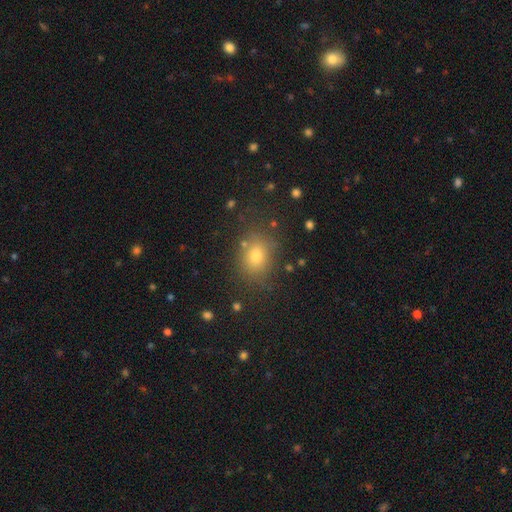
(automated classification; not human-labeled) Morphology: type=smooth (76%); roundness=in between (60%); merging=none (78%).